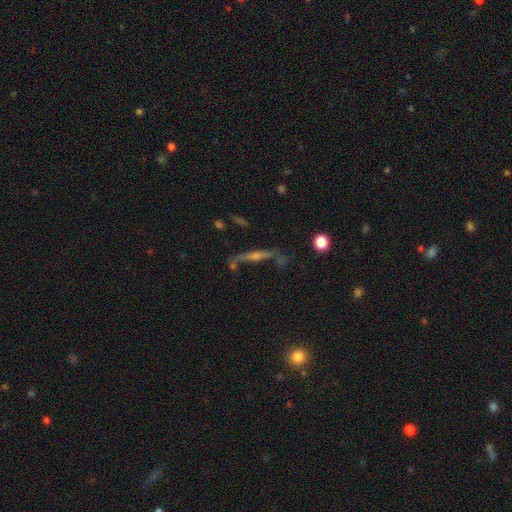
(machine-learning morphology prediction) A featured or disk galaxy (62%) viewed edge-on (86%) with a rounded central bulge (75%).

Vote fractions:
- Smooth or featured? featured or disk: 62% / smooth: 23% / star or artifact: 15%
- Edge-on disk? yes: 86% / no: 14%
- Edge-on bulge? rounded: 75% / none: 15% / boxy: 9%
- Merging? none: 62% / minor disturbance: 16% / merger: 12% / major disturbance: 10%